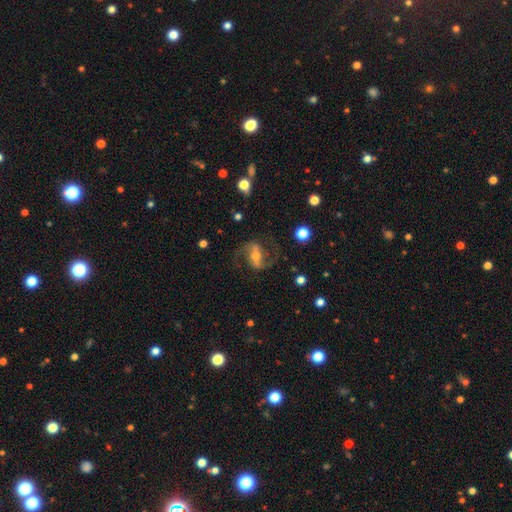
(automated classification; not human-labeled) This is clearly a featured or disk galaxy (84%). It is clearly not viewed edge-on (96%). Bar: marginally strong (45%). Spiral arm pattern: clearly yes (95%). Spiral arm count: clearly 2 (92%). Spiral winding: possibly medium (51%). Central bulge: possibly moderate (52%). Merging: likely none (76%).